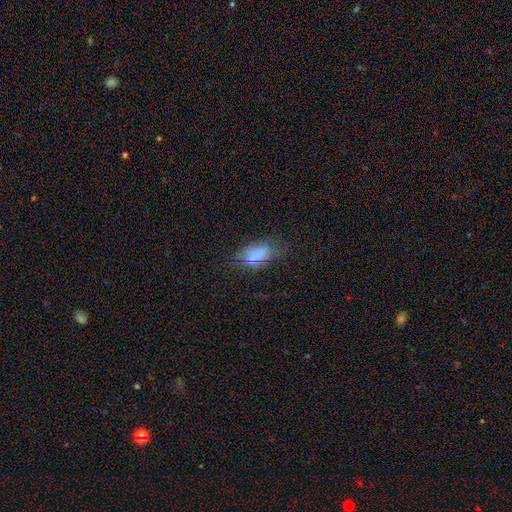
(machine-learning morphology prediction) Overall: smooth (67%). How rounded: in between (87%). Merging: none (51%; minor disturbance 26%).